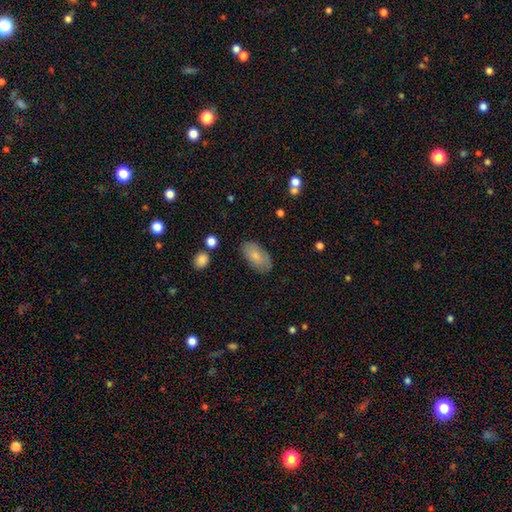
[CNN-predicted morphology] Smooth or featured? smooth (78%)
How rounded? in between (94%)
Merging? none (81%)